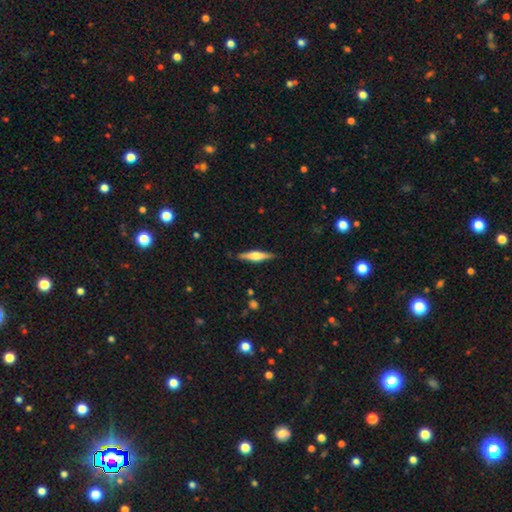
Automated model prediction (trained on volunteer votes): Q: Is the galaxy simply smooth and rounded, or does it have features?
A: featured or disk — 59%.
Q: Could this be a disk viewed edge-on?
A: yes — 96%.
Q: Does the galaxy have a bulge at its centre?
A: rounded — 79%.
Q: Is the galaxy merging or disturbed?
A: none — 88%.